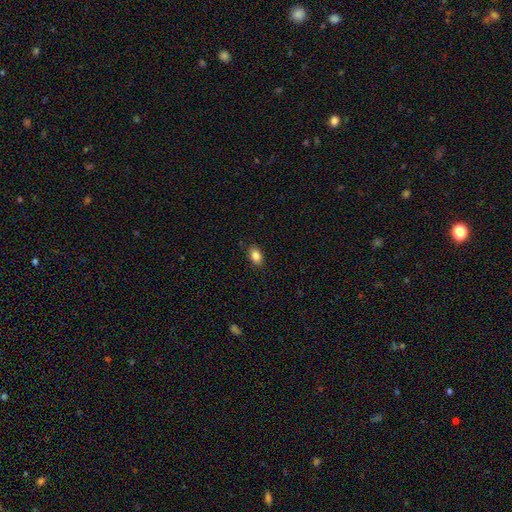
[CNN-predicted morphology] smooth 86%, star or artifact 9%, featured or disk 6%. Down the decision tree: how rounded — in between (84%); merging — none (87%).